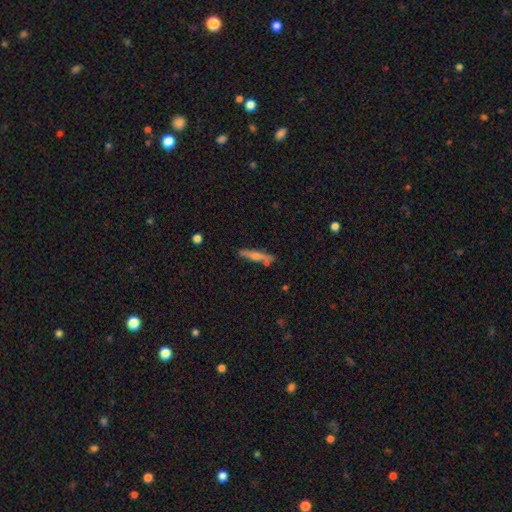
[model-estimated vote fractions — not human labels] Smooth or featured? Predicted: featured or disk (p=0.53). Edge-on disk? Predicted: yes (p=0.91). Merging? Predicted: none (p=0.80).